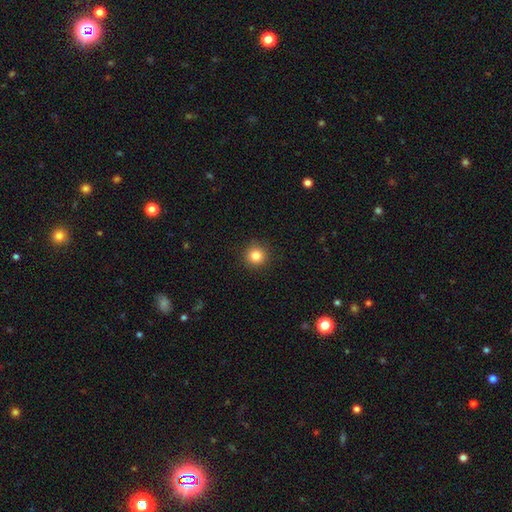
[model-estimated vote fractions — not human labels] This appears to be a smooth galaxy with no disk features (84%) that is round (94%). Merging: none (91%).